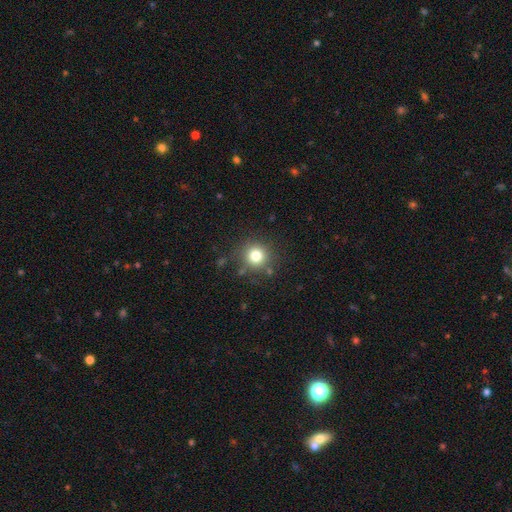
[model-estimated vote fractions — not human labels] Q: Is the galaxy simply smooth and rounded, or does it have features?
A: smooth — 78%.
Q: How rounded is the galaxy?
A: round — 93%.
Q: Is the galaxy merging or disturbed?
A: none — 83%.